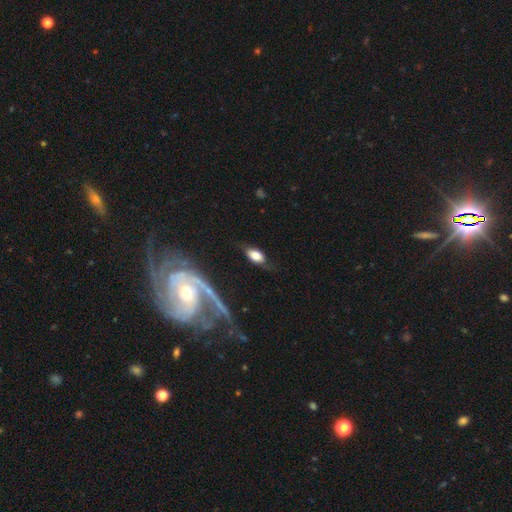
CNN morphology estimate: smooth 69%, featured or disk 23%, star or artifact 8%. Down the decision tree: how rounded — in between (90%); merging — none (67%).